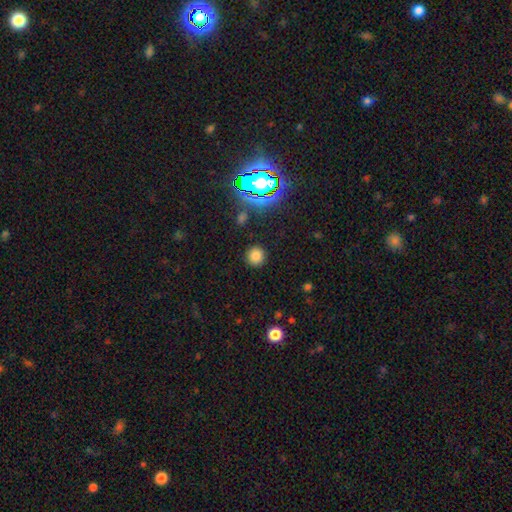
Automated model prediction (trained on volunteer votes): Overall: smooth (79%). How rounded: round (92%). Merging: none (90%).